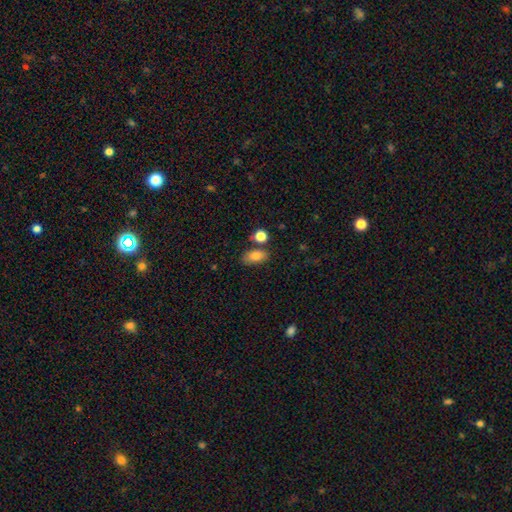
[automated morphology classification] The model was most divided on "merging": none: 72%, minor disturbance: 14%, merger: 10%, major disturbance: 4%. More confident: how rounded — in between (88%); smooth or featured — smooth (83%).